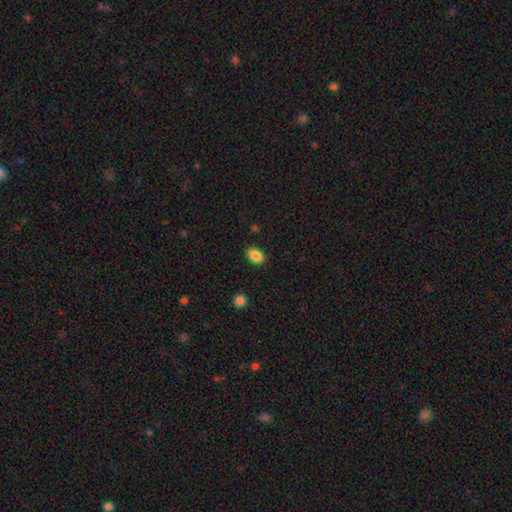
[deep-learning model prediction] This appears to be a smooth galaxy with no disk features (86%) that is in between round and cigar-shaped (78%). Merging: none (86%).